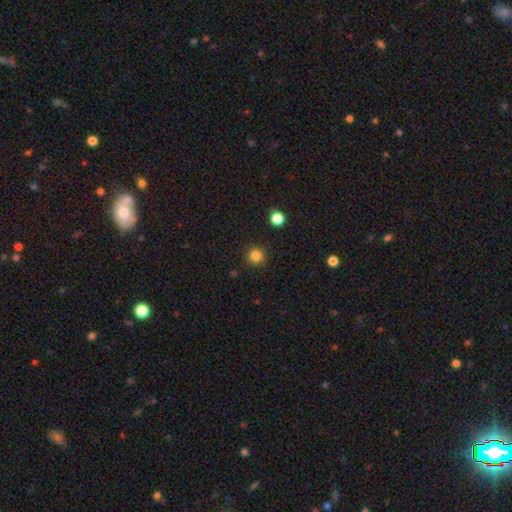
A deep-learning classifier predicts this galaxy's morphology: This appears to be a smooth galaxy with no disk features (83%) that is round (95%). Merging: none (90%).